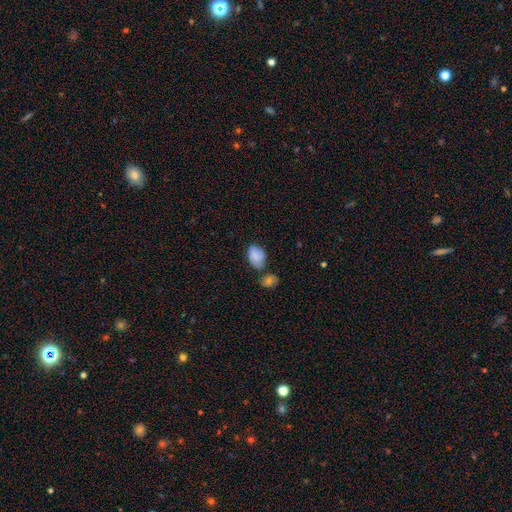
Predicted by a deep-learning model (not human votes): A smooth galaxy with no disk features (80%) that is in between round and cigar-shaped (84%). Merging: none (45%).